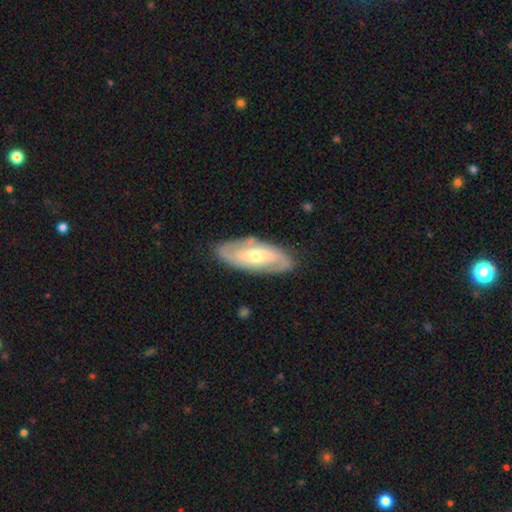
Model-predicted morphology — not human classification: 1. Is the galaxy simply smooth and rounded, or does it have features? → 75% featured or disk, 20% smooth, 5% star or artifact.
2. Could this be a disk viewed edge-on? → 90% no, 10% yes.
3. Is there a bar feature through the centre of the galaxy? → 41% weak, 31% no, 28% strong.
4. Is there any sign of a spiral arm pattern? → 85% yes, 15% no.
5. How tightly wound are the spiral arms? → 43% tight, 39% medium, 17% loose.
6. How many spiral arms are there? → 75% 2, 16% can't tell, 4% 3, 2% 1, 1% 4, 1% more than 4.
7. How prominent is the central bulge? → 55% moderate, 39% small, 3% large, 1% none, 1% dominant.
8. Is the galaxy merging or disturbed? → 83% none, 12% minor disturbance, 3% major disturbance, 1% merger.